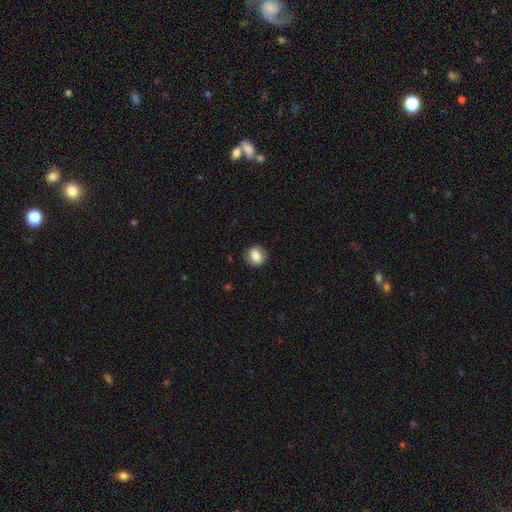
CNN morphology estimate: type=smooth (76%); roundness=round (56%); merging=none (82%).